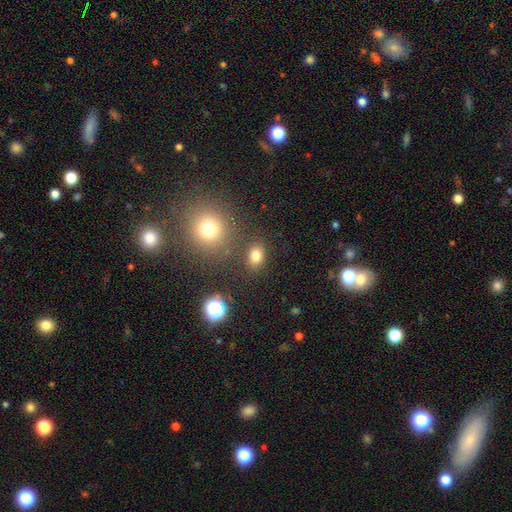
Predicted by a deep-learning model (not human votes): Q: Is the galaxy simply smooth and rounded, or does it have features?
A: smooth — 78%.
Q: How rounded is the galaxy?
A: in between — 64%.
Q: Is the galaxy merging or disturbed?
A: none — 81%.